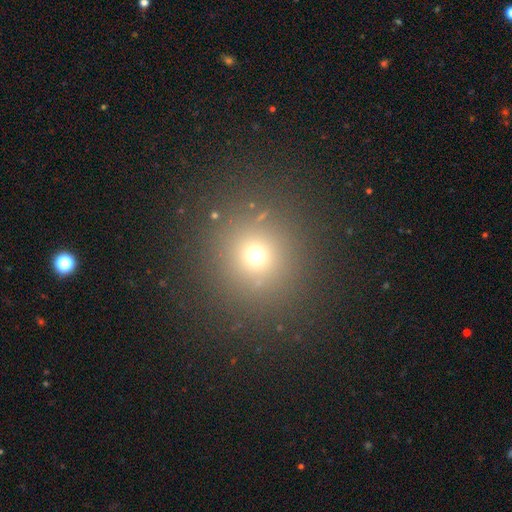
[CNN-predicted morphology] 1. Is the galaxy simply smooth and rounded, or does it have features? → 67% smooth, 24% star or artifact, 9% featured or disk.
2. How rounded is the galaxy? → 92% round, 7% in between, 1% cigar-shaped.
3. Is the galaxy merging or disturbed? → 86% none, 7% minor disturbance, 4% major disturbance, 3% merger.